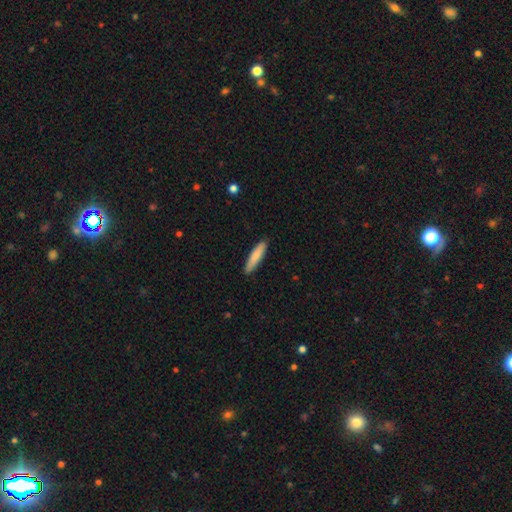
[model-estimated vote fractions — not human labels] Morphology: type=smooth (83%); roundness=cigar-shaped (85%); merging=none (89%).